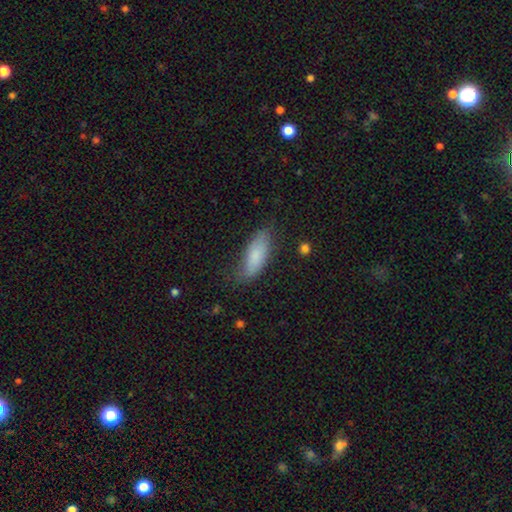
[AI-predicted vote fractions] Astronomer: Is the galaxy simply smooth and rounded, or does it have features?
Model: smooth — 81%.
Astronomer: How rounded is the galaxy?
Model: in between — 70%.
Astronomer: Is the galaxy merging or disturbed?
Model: none — 67%.